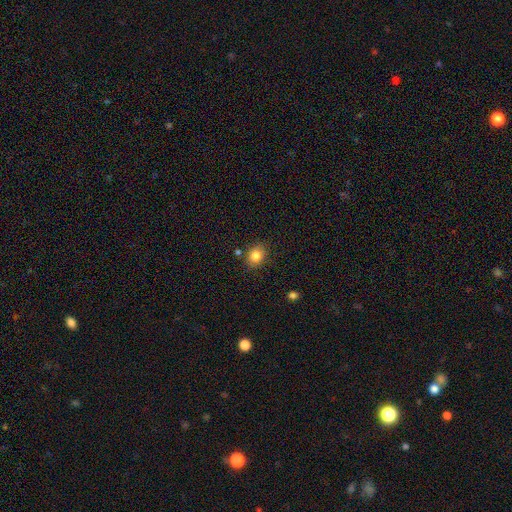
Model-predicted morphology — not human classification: Smooth or featured: smooth — 82% (star or artifact — 10%)
How rounded: round — 53% (in between — 46%)
Merging: none — 82% (minor disturbance — 12%)